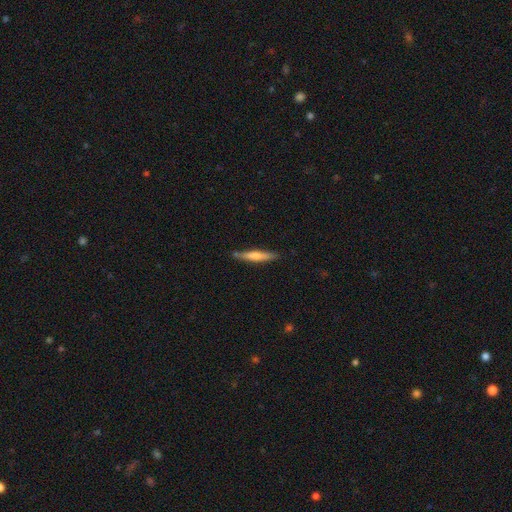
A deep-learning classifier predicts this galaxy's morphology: Smooth or featured?
  - smooth: 55% *
  - featured or disk: 40%
  - star or artifact: 6%
How rounded?
  - cigar-shaped: 92% *
  - in between: 7%
  - round: 1%
Merging?
  - none: 83% *
  - minor disturbance: 12%
  - merger: 3%
  - major disturbance: 2%